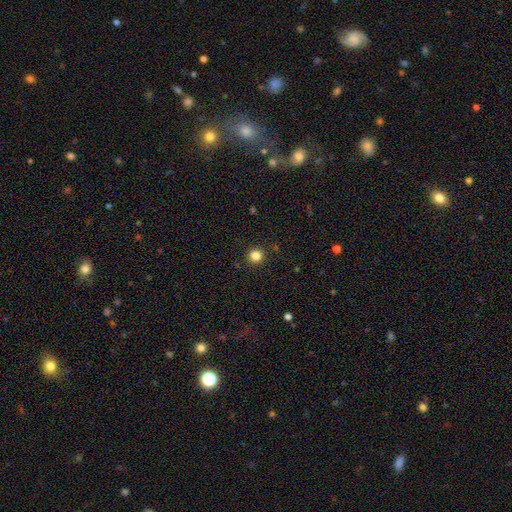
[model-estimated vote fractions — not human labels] Smooth or featured: smooth — 84% (star or artifact — 12%)
How rounded: round — 94% (in between — 5%)
Merging: none — 92% (minor disturbance — 5%)